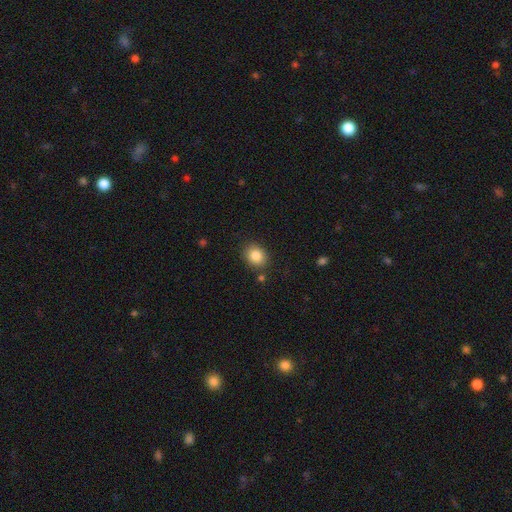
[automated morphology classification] type=smooth (85%); roundness=round (55%); merging=none (84%).